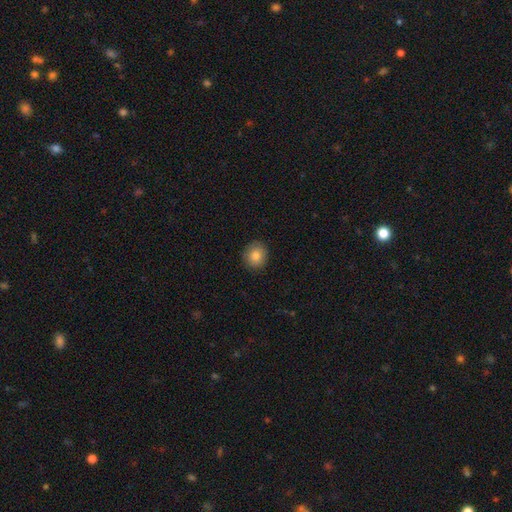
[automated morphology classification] Smooth or featured? smooth (83%)
How rounded? round (85%)
Merging? none (90%)